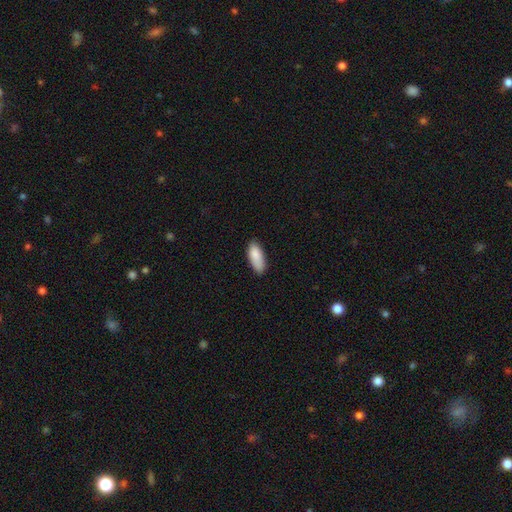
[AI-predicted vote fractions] smooth-or-featured: smooth: 87% | featured or disk: 6% | star or artifact: 6%
  how-rounded: in between: 80% | cigar-shaped: 18% | round: 2%
  merging: none: 77% | minor disturbance: 19% | major disturbance: 3% | merger: 1%